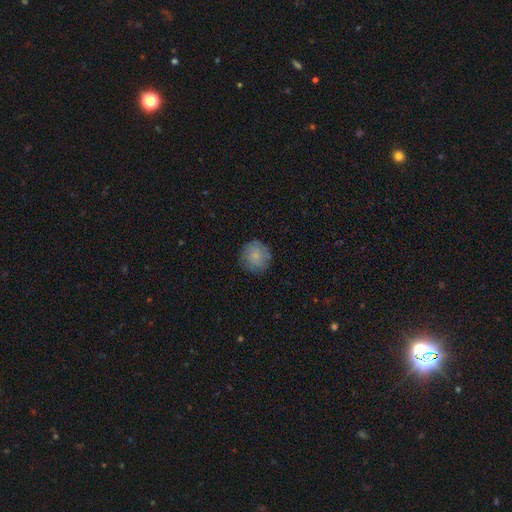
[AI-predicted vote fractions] Smooth or featured? smooth (78%)
How rounded? round (91%)
Merging? none (81%)